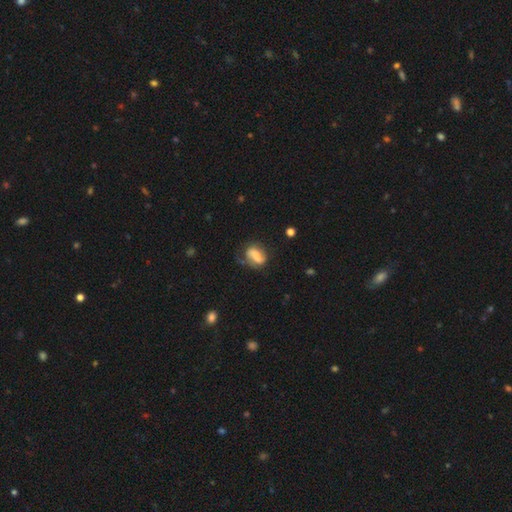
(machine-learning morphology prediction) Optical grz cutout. It shows a smooth galaxy with no disk features (53%) that is in between round and cigar-shaped (75%). Merging: none (55%).